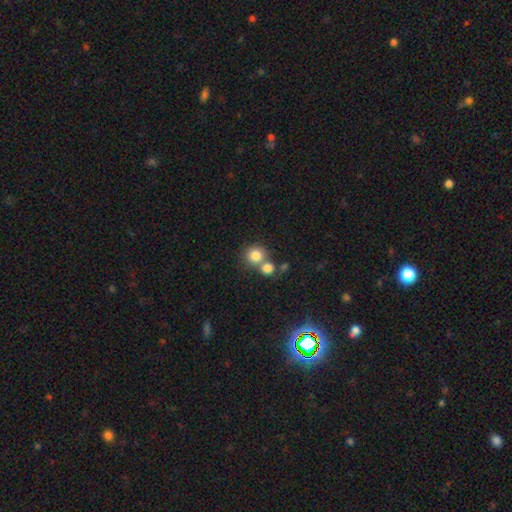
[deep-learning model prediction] smooth-or-featured: smooth: 81% | star or artifact: 10% | featured or disk: 8%
  how-rounded: round: 88% | in between: 11% | cigar-shaped: 1%
  merging: none: 50% | merger: 39% | minor disturbance: 7% | major disturbance: 3%